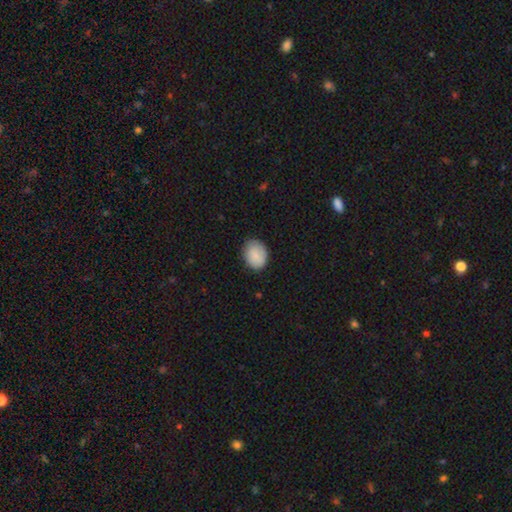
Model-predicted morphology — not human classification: Smooth or featured: smooth — 87% (star or artifact — 7%)
How rounded: in between — 63% (round — 36%)
Merging: none — 81% (minor disturbance — 16%)